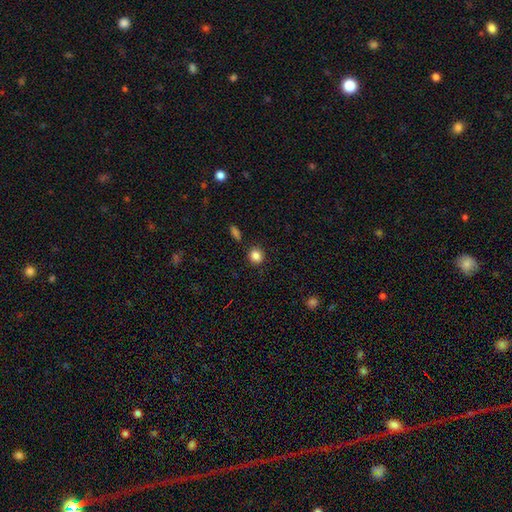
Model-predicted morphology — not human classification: type=smooth (85%); roundness=round (84%); merging=none (87%).